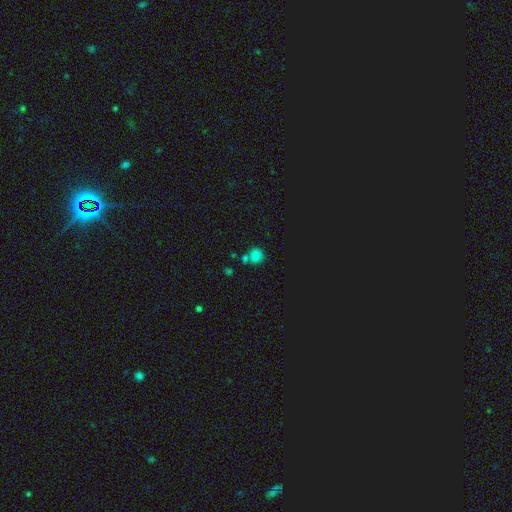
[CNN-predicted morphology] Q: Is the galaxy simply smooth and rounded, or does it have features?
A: smooth — 71%.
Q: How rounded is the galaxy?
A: round — 83%.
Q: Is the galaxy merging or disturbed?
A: none — 56%.